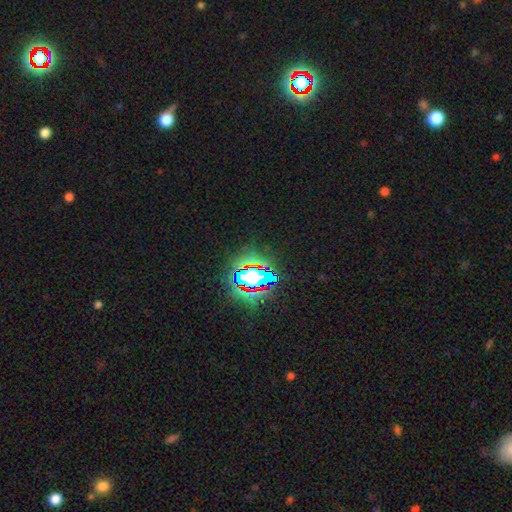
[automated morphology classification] Smooth or featured: star or artifact — 84% (smooth — 9%)